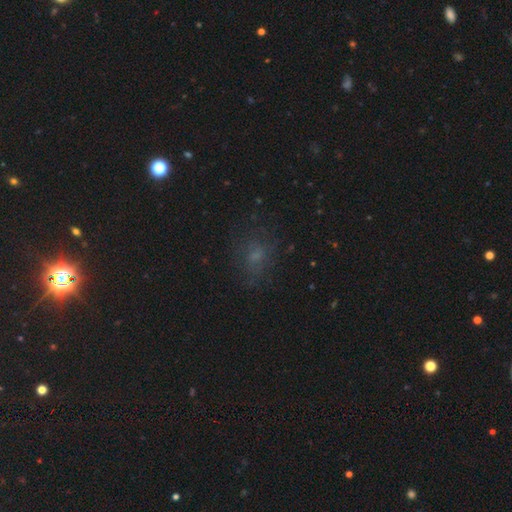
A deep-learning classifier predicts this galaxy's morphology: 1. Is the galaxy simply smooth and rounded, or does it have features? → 52% smooth, 27% star or artifact, 21% featured or disk.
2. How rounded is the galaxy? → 51% round, 47% in between, 2% cigar-shaped.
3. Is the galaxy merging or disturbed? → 69% none, 17% minor disturbance, 12% major disturbance, 2% merger.